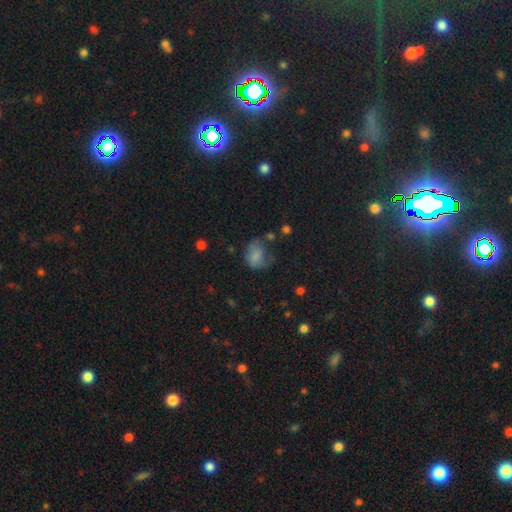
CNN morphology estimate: A smooth galaxy with no disk features (69%) that is in between round and cigar-shaped (57%). Merging: none (37%).